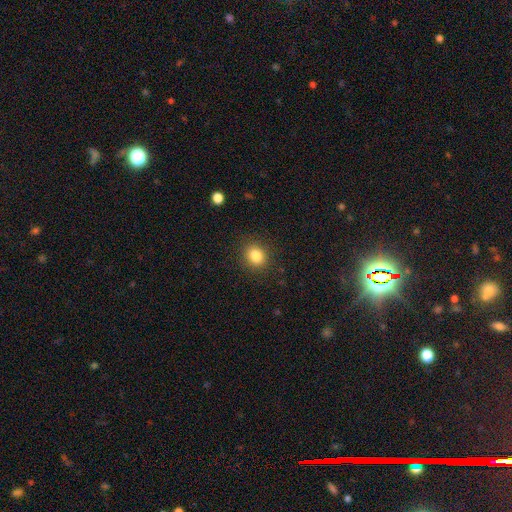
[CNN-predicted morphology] A smooth galaxy with no disk features (83%) that is round (72%). Merging: none (89%).